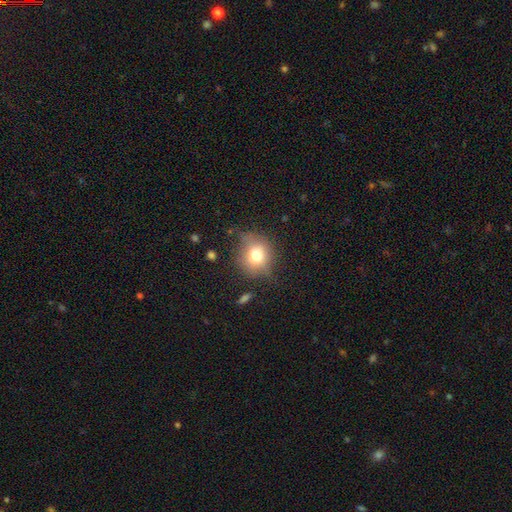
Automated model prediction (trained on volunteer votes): A smooth galaxy with no disk features (74%) that is round (80%).

Vote fractions:
- Smooth or featured? smooth: 74% / featured or disk: 14% / star or artifact: 12%
- How rounded? round: 80% / in between: 18% / cigar-shaped: 1%
- Merging? none: 70% / minor disturbance: 21% / major disturbance: 7% / merger: 2%